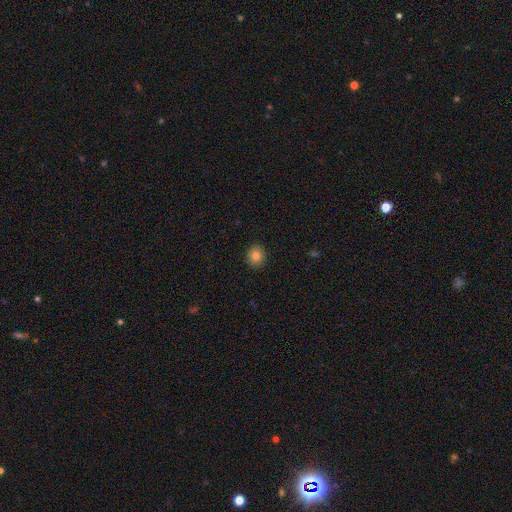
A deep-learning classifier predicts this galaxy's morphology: Smooth or featured: smooth — 83% (star or artifact — 10%)
How rounded: round — 81% (in between — 18%)
Merging: none — 91% (minor disturbance — 7%)